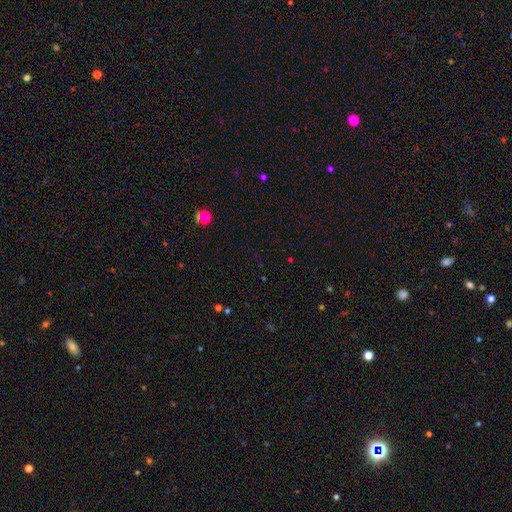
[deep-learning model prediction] This is likely a star or artifact rather than a galaxy (66%).